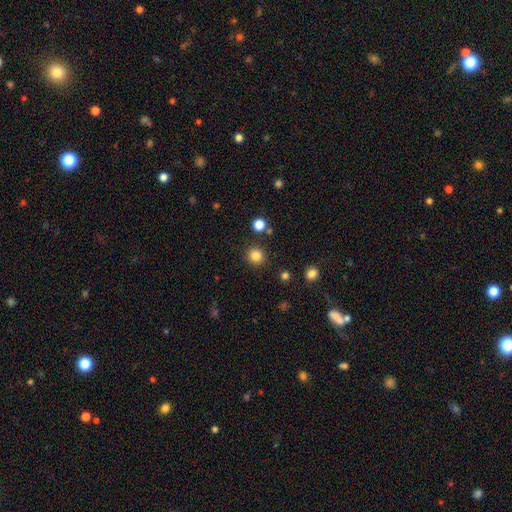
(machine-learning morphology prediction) Q: Smooth or featured?
A: smooth (84%); runner-up: star or artifact (12%)
Q: How rounded?
A: round (91%); runner-up: in between (8%)
Q: Merging?
A: none (89%); runner-up: minor disturbance (6%)